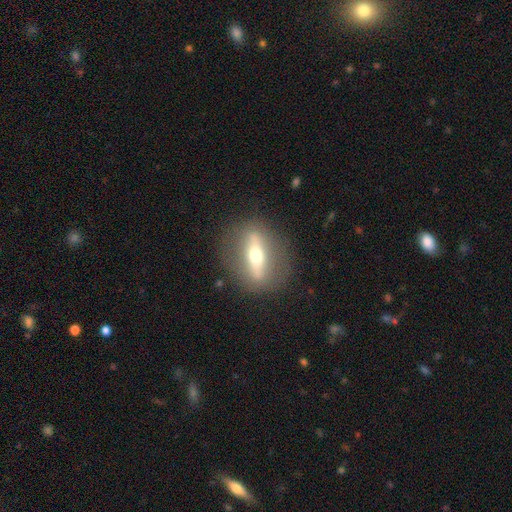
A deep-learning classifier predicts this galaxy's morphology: A featured or disk galaxy (67%) viewed edge-on (61%). Merging: none (84%).